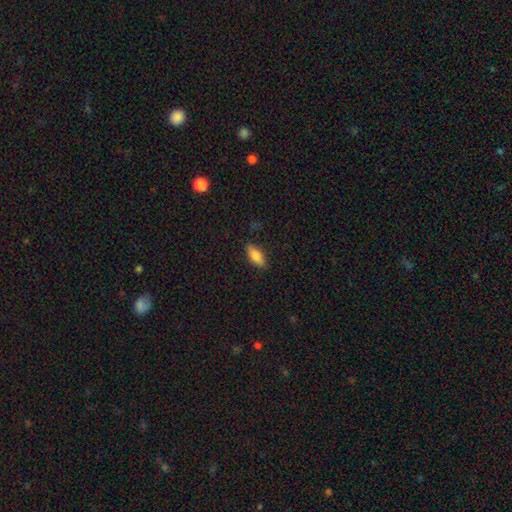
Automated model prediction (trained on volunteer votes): Morphology: type=smooth (78%); roundness=in between (75%); merging=none (85%).